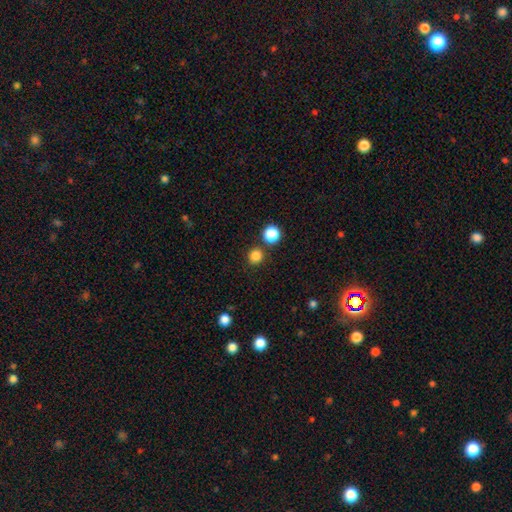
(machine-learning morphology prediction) smooth_or_featured: smooth (p=0.83) [alt: star or artifact p=0.13]
how_rounded: round (p=0.91) [alt: in between p=0.08]
merging: none (p=0.82) [alt: merger p=0.10]